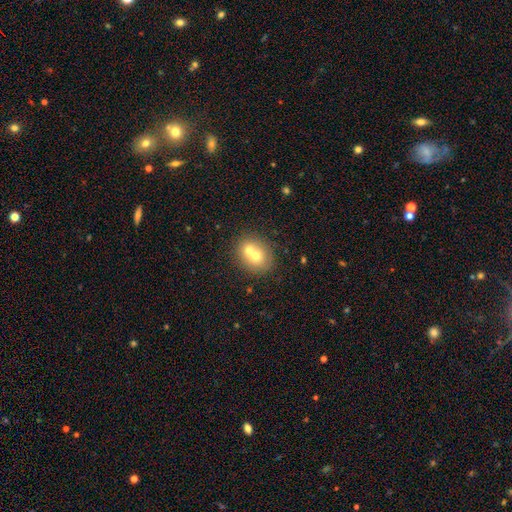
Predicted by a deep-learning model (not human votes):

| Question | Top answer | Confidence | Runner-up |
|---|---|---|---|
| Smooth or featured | smooth | 64% | featured or disk (26%) |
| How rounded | round | 72% | in between (27%) |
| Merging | merger | 59% | none (32%) |